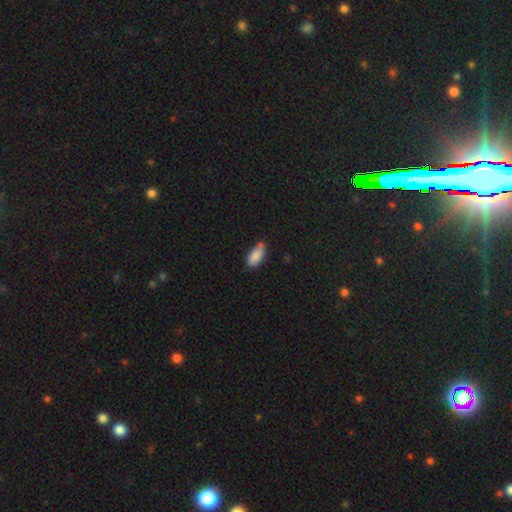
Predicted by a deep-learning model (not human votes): This appears to be a smooth galaxy with no disk features (86%) that is in between round and cigar-shaped (86%). Merging: none (61%).